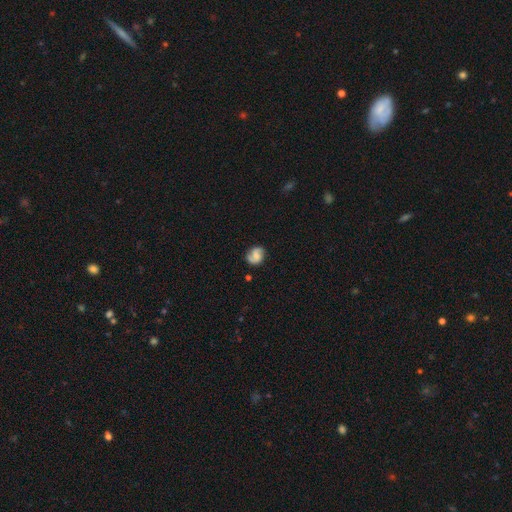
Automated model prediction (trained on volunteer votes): The model was most divided on "bulge size": small: 34%, none: 30%, moderate: 28%, large: 6%, dominant: 2%. Remaining: edge-on disk — no (98%); spiral arms — yes (90%); spiral arm count — 2 (82%); merging — none (72%); smooth or featured — featured or disk (59%); bar — no (53%); spiral winding — medium (46%).